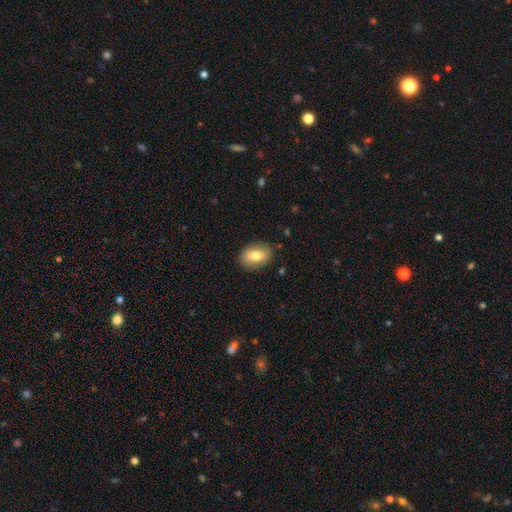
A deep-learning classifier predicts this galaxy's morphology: Overall: smooth (70%). How rounded: in between (83%). Merging: none (85%).